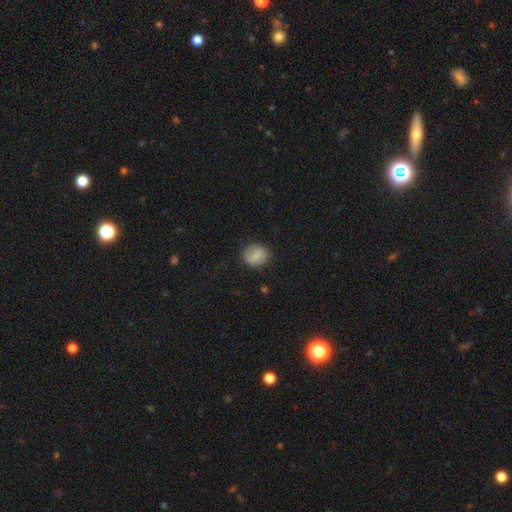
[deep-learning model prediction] smooth 82%, featured or disk 10%, star or artifact 8%. Down the decision tree: how rounded — round (75%); merging — none (84%).